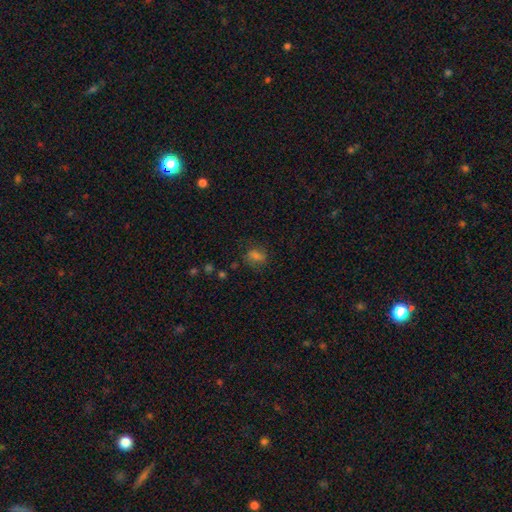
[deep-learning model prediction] Morphology: type=smooth (59%); roundness=in between (59%); merging=none (71%).